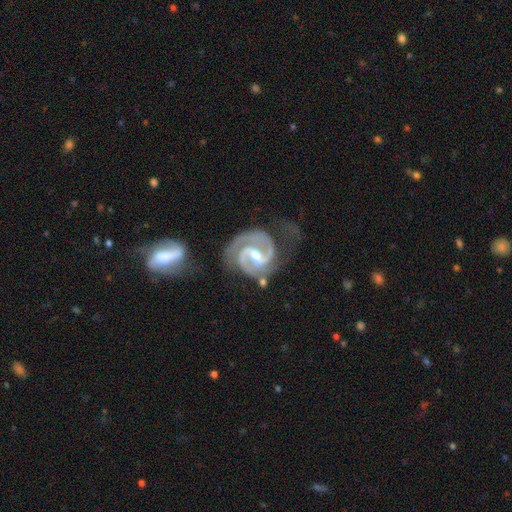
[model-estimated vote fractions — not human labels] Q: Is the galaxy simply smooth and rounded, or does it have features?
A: featured or disk — 94%.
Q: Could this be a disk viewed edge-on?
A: no — 98%.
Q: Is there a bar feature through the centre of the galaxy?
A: weak — 45%.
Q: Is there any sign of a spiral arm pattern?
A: yes — 99%.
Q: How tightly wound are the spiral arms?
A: medium — 48%.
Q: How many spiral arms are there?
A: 2 — 90%.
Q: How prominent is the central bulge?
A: moderate — 65%.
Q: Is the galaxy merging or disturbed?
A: none — 59%.